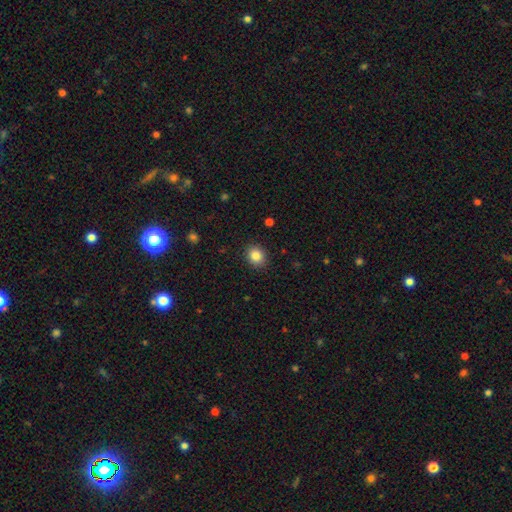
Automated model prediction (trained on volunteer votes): A smooth galaxy with no disk features (85%) that is round (74%). Merging: none (90%).